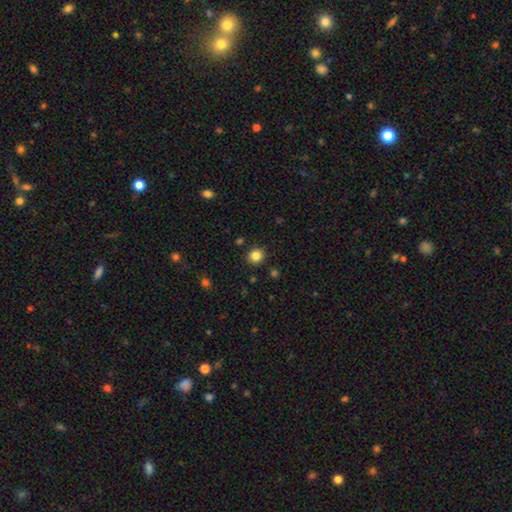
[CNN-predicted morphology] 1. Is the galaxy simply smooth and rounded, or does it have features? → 84% smooth, 12% star or artifact, 5% featured or disk.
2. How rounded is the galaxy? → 85% round, 14% in between, 1% cigar-shaped.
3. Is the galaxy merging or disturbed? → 89% none, 7% minor disturbance, 2% major disturbance, 2% merger.